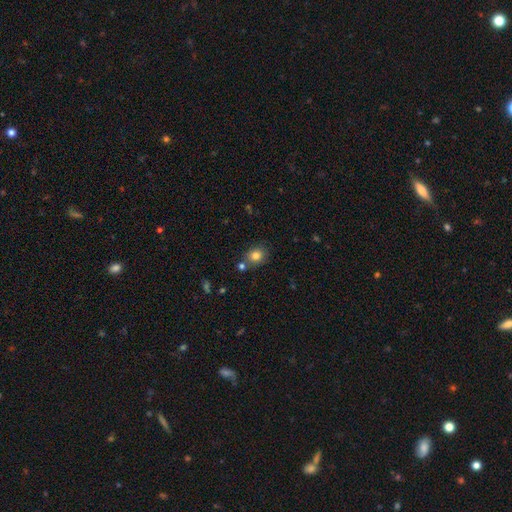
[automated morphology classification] This appears to be a smooth galaxy with no disk features (81%) that is round (62%). Merging: none (73%).